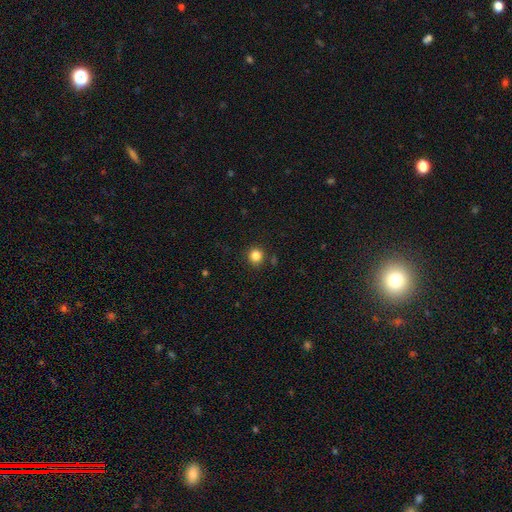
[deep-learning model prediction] Smooth or featured? smooth (84%)
How rounded? round (90%)
Merging? none (89%)